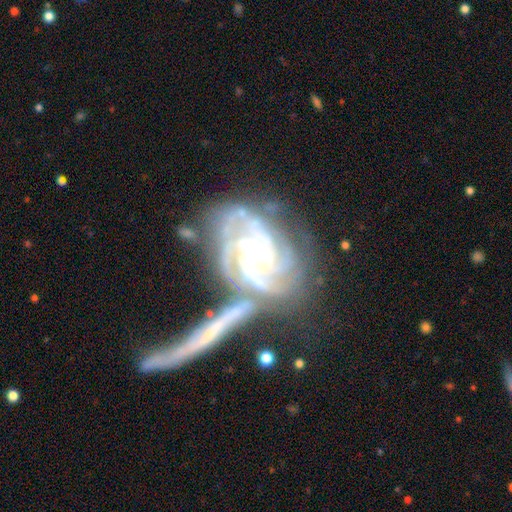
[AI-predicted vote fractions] This appears to be a featured or disk galaxy (90%) with no bar (58%), 4 (29%) tight (69%) spiral arms (98%) and a moderate central bulge (61%). Merging: none (44%).